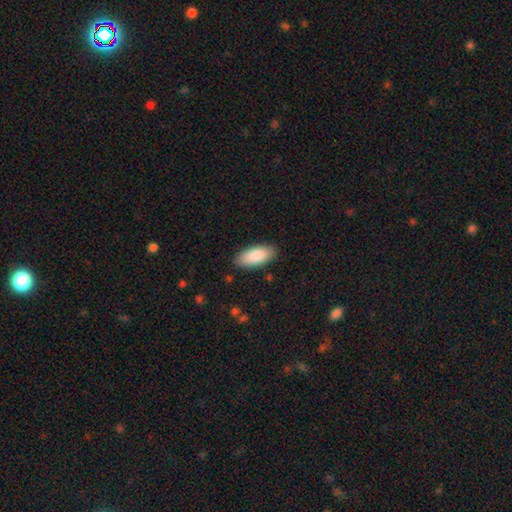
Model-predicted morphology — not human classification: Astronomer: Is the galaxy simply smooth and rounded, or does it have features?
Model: smooth — 88%.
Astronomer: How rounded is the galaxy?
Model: in between — 87%.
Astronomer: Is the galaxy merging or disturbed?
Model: none — 88%.